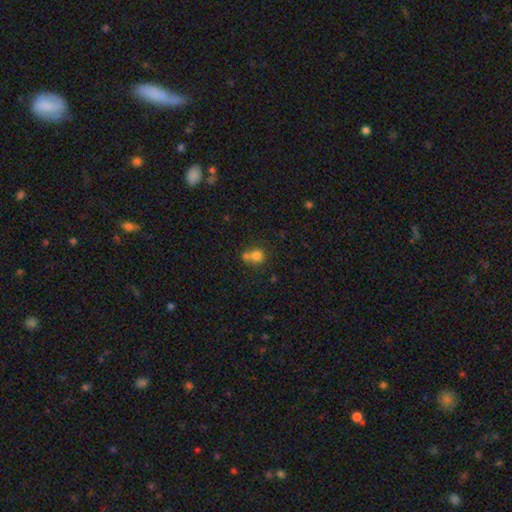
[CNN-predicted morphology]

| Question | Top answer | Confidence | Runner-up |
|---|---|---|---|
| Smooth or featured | smooth | 77% | star or artifact (13%) |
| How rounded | round | 78% | in between (21%) |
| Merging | merger | 47% | none (39%) |